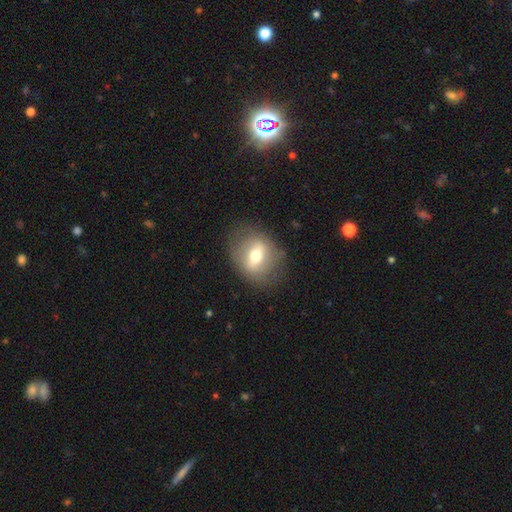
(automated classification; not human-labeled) Morphology: type=featured or disk (47%); merging=none (78%).